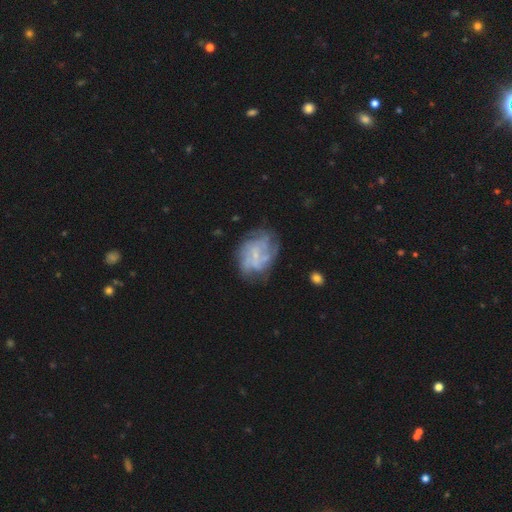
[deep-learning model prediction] smooth_or_featured: featured or disk (p=0.70) [alt: smooth p=0.22]
disk_edge_on: no (p=0.98) [alt: yes p=0.02]
bar: no (p=0.61) [alt: weak p=0.33]
has_spiral_arms: yes (p=0.68) [alt: no p=0.32]
bulge_size: small (p=0.59) [alt: none p=0.25]
merging: none (p=0.56) [alt: minor disturbance p=0.23]